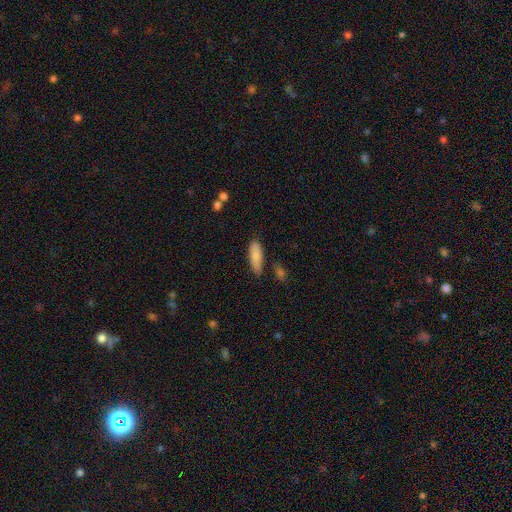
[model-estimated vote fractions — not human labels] This is clearly a smooth galaxy (82%). How rounded: possibly in between (57%). Merging: likely none (70%).